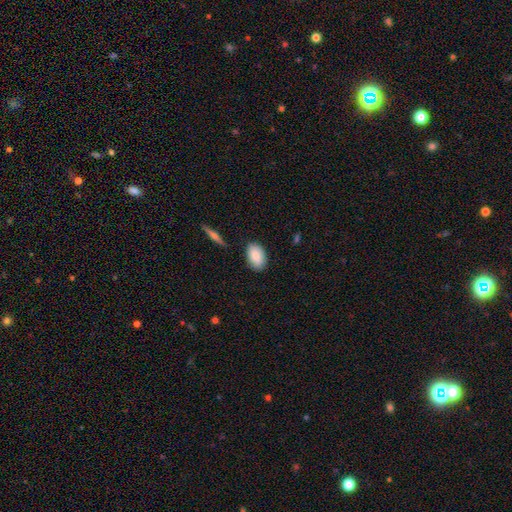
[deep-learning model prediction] smooth-or-featured: smooth: 87% | featured or disk: 7% | star or artifact: 6%
  how-rounded: in between: 92% | round: 6% | cigar-shaped: 2%
  merging: none: 83% | minor disturbance: 12% | major disturbance: 2% | merger: 2%